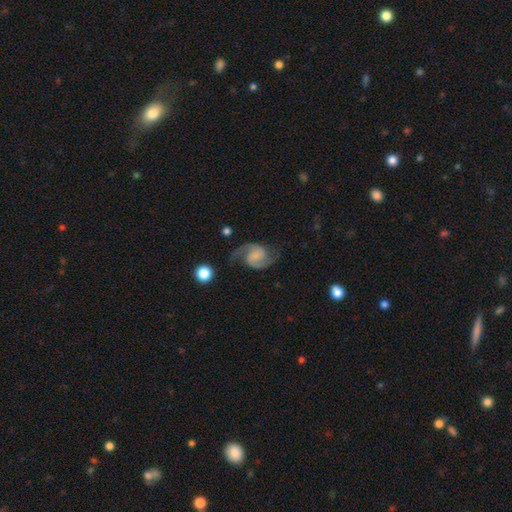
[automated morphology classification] featured or disk 87%, smooth 7%, star or artifact 6%. Down the decision tree: edge-on disk — no (98%); bar — no (49%); spiral arms — yes (98%); spiral arm count — 2 (94%); spiral winding — medium (53%); bulge size — none (44%); merging — none (75%).